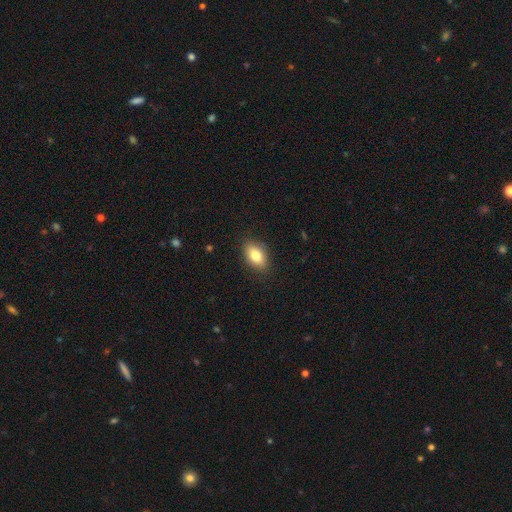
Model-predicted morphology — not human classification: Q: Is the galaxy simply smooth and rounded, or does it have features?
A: smooth — 81%.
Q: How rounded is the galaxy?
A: in between — 89%.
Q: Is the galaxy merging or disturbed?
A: none — 86%.